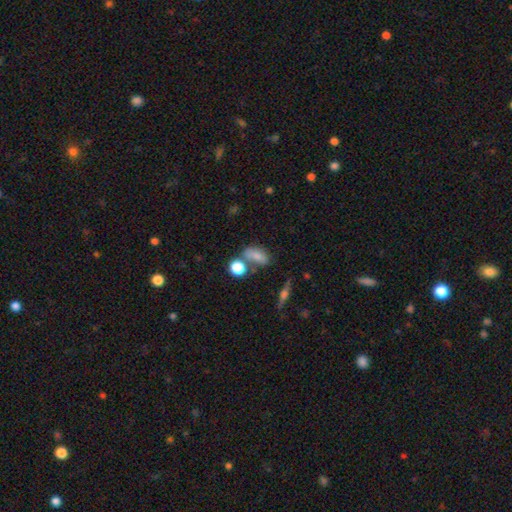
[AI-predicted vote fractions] The model was most divided on "merging": none: 50%, merger: 25%, minor disturbance: 17%, major disturbance: 8%. More confident: how rounded — in between (78%); smooth or featured — smooth (73%).